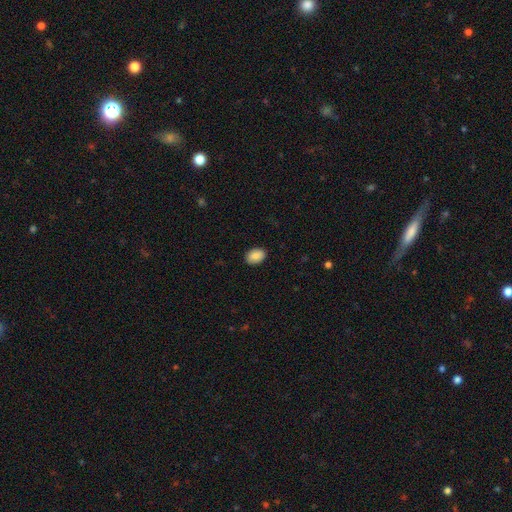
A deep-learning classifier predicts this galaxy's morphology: The model was most divided on "how rounded": in between: 81%, round: 18%, cigar-shaped: 1%. More confident: merging — none (90%); smooth or featured — smooth (89%).